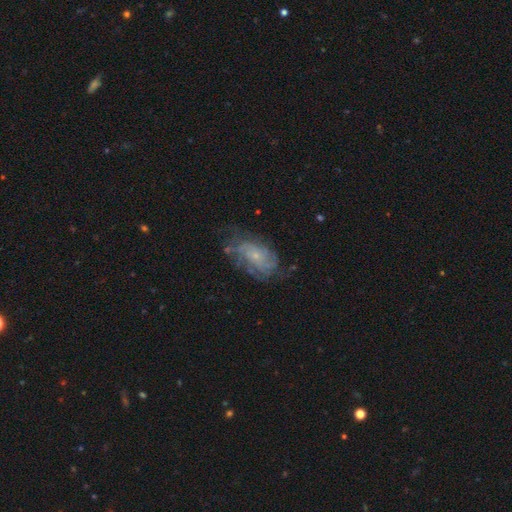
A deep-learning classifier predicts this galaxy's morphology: A featured or disk galaxy (73%) with no bar (79%), tight (51%) spiral arms (87%) and a small central bulge (77%).

Vote fractions:
- Smooth or featured? featured or disk: 73% / smooth: 18% / star or artifact: 9%
- Edge-on disk? no: 96% / yes: 4%
- Bar? no: 79% / weak: 18% / strong: 3%
- Spiral arms? yes: 87% / no: 13%
- Spiral winding? tight: 51% / medium: 34% / loose: 15%
- Spiral arm count? can't tell: 46% / 2: 16% / 3: 14% / 4: 13% / more than 4: 6% / 1: 5%
- Bulge size? small: 77% / moderate: 15% / none: 6% / large: 1% / dominant: 1%
- Merging? none: 61% / minor disturbance: 23% / major disturbance: 13% / merger: 2%